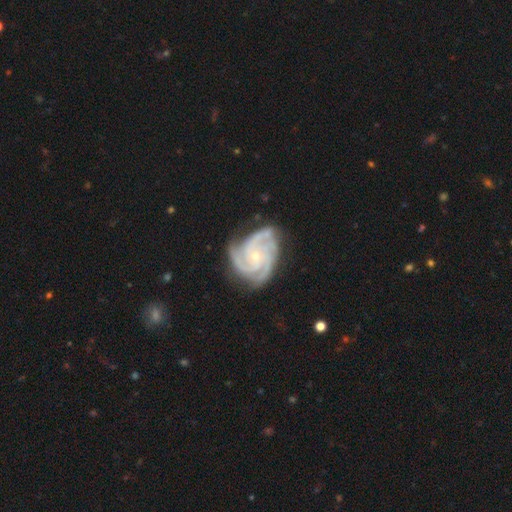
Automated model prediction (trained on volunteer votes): A featured or disk galaxy (92%) with no bar (76%), 3 (59%) tight (61%) spiral arms (99%) and a small central bulge (74%). Merging: none (69%).